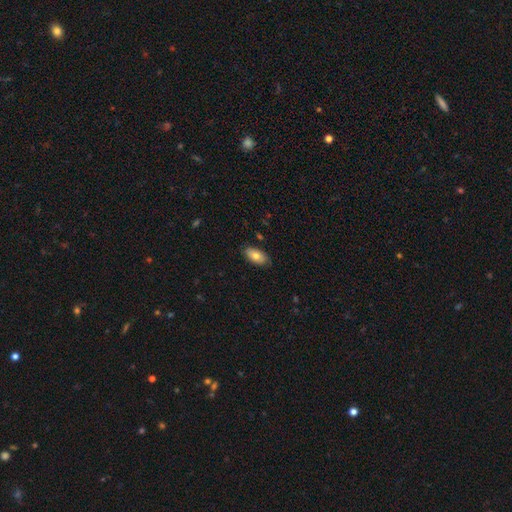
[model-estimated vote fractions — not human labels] smooth 76%, featured or disk 17%, star or artifact 7%. Down the decision tree: how rounded — in between (93%); merging — none (83%).